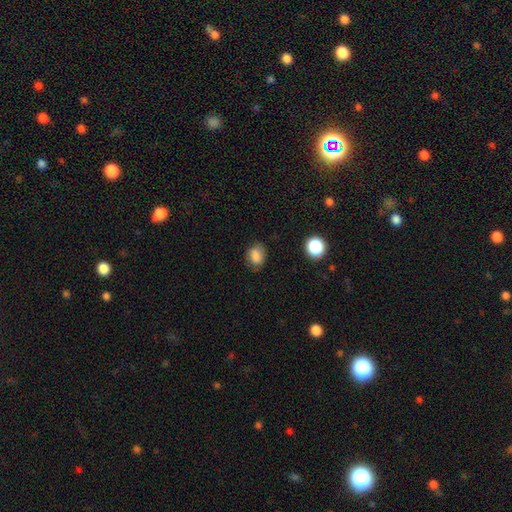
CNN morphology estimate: smooth 81%, star or artifact 10%, featured or disk 9%. Down the decision tree: how rounded — in between (60%); merging — none (74%).